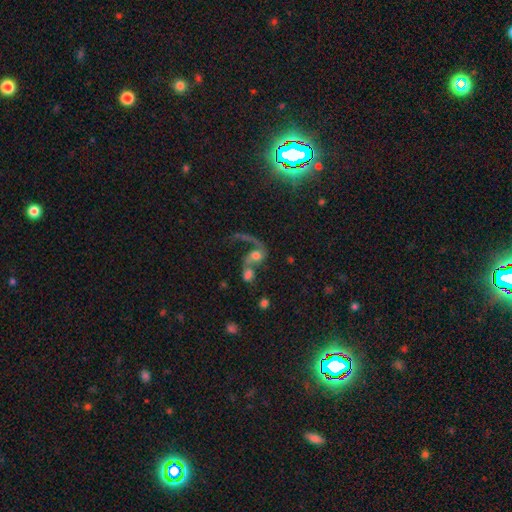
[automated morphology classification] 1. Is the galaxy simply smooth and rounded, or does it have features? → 59% featured or disk, 29% smooth, 12% star or artifact.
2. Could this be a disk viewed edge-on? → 96% no, 4% yes.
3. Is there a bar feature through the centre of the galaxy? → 69% no, 24% weak, 8% strong.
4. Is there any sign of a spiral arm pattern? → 74% yes, 26% no.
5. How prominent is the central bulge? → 46% moderate, 23% large, 18% small, 9% none, 4% dominant.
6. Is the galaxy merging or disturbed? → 63% merger, 17% major disturbance, 14% none, 6% minor disturbance.